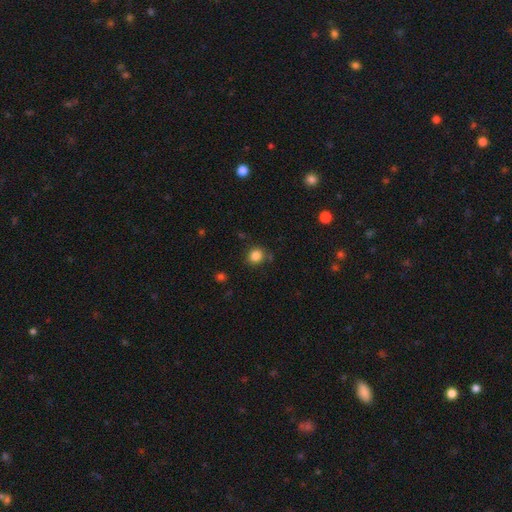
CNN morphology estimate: type=smooth (85%); roundness=round (83%); merging=none (83%).